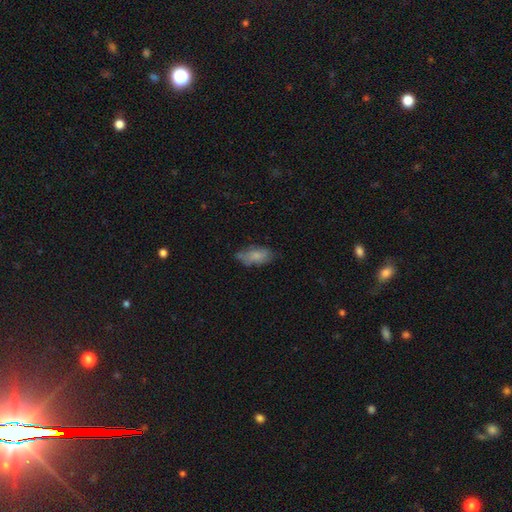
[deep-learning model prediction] A smooth galaxy with no disk features (71%) that is in between round and cigar-shaped (88%). Merging: none (57%).